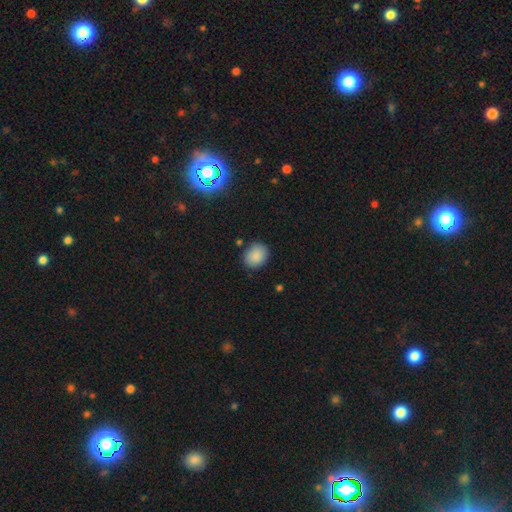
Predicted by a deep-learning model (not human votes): Smooth or featured? smooth (87%)
How rounded? round (60%)
Merging? none (82%)